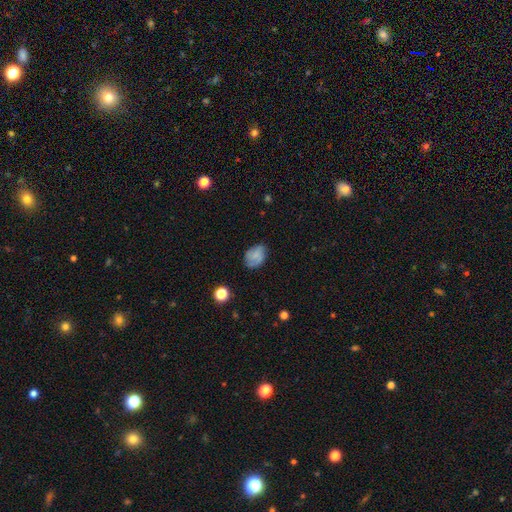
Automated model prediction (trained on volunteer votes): smooth_or_featured: smooth (p=0.56) [alt: featured or disk p=0.34]
how_rounded: in between (p=0.71) [alt: round p=0.28]
merging: none (p=0.68) [alt: minor disturbance p=0.23]